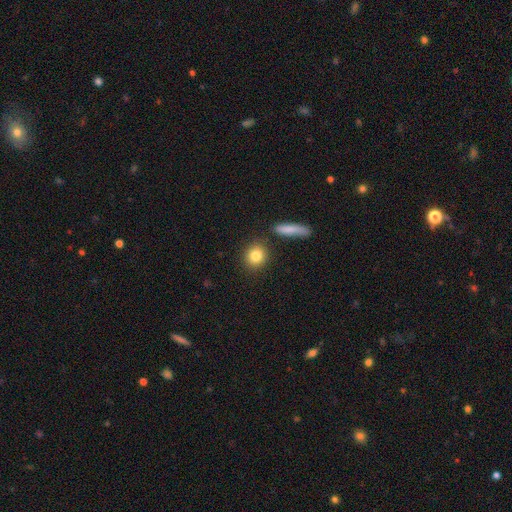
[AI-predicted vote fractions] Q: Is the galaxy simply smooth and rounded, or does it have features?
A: smooth — 83%.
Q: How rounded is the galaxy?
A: round — 74%.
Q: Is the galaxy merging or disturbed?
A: none — 83%.